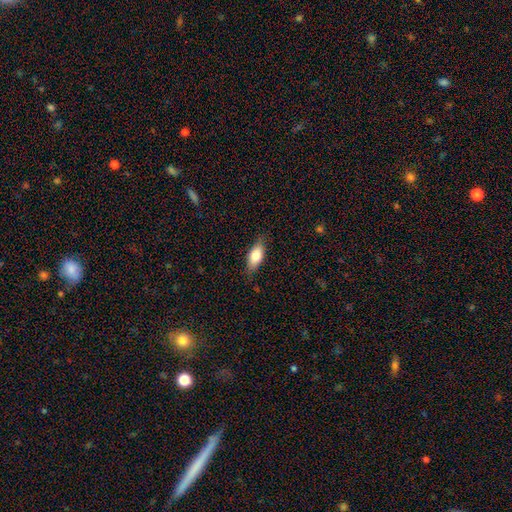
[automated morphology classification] Smooth or featured: smooth — 76% (featured or disk — 17%)
How rounded: in between — 83% (cigar-shaped — 13%)
Merging: none — 81% (minor disturbance — 15%)